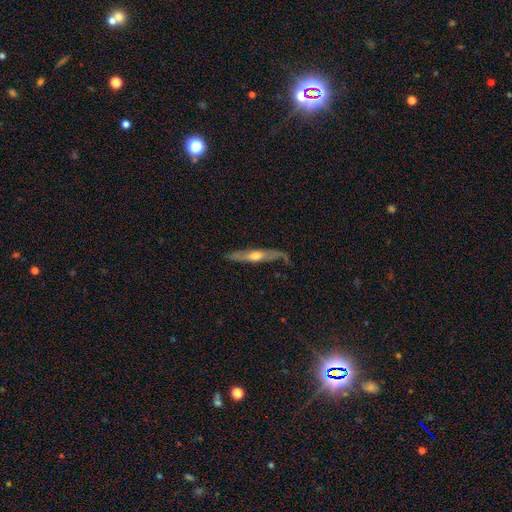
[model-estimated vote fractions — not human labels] Q: Smooth or featured?
A: featured or disk (64%); runner-up: smooth (30%)
Q: Edge-on disk?
A: yes (81%); runner-up: no (19%)
Q: Edge-on bulge?
A: rounded (84%); runner-up: none (12%)
Q: Merging?
A: none (72%); runner-up: minor disturbance (20%)